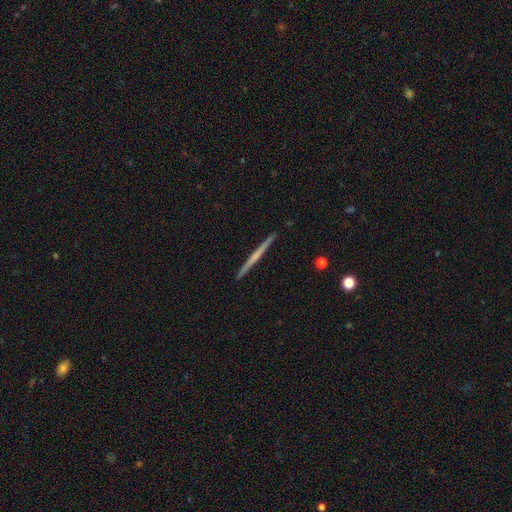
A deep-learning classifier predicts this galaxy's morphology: smooth_or_featured: featured or disk (p=0.66) [alt: smooth p=0.29]
disk_edge_on: yes (p=0.98) [alt: no p=0.02]
edge_on_bulge: none (p=0.59) [alt: rounded p=0.35]
merging: none (p=0.93) [alt: minor disturbance p=0.05]